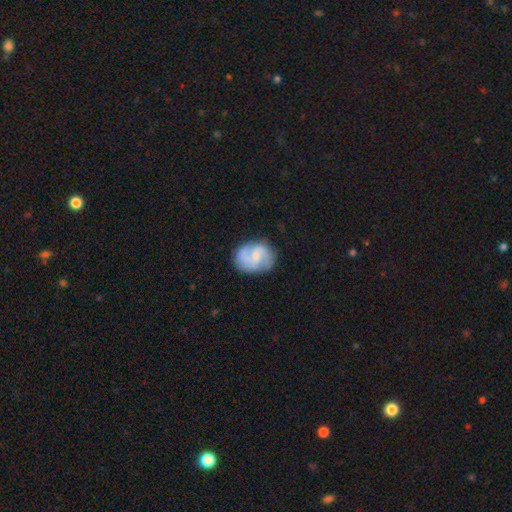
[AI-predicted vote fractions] A featured or disk galaxy (69%) with a weak bar (52%), 2 (75%) medium (50%) spiral arms (92%) and a small central bulge (55%). Merging: none (70%).